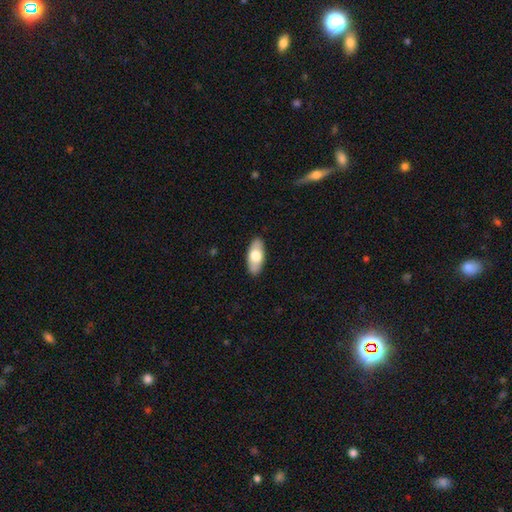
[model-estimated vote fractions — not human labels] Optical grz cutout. It shows a smooth galaxy with no disk features (67%) that is in between round and cigar-shaped (88%). Merging: none (89%).